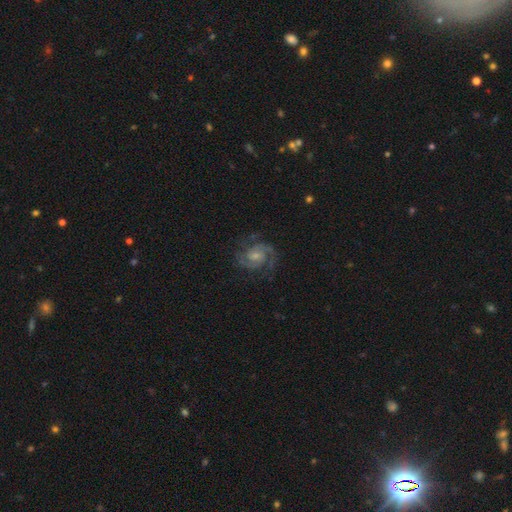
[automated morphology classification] Smooth or featured?
  - featured or disk: 88% *
  - smooth: 7%
  - star or artifact: 6%
Edge-on disk?
  - no: 98% *
  - yes: 2%
Bar?
  - no: 49% *
  - weak: 43%
  - strong: 8%
Spiral arms?
  - yes: 97% *
  - no: 3%
Spiral winding?
  - medium: 51% *
  - tight: 38%
  - loose: 11%
Spiral arm count?
  - 2: 83% *
  - 3: 6%
  - can't tell: 5%
  - 1: 2%
  - 4: 2%
  - more than 4: 2%
Bulge size?
  - small: 52% *
  - moderate: 34%
  - none: 9%
  - large: 3%
  - dominant: 1%
Merging?
  - none: 74% *
  - minor disturbance: 16%
  - major disturbance: 9%
  - merger: 1%